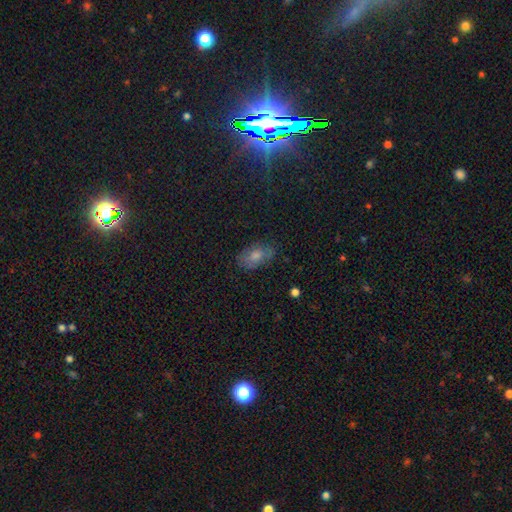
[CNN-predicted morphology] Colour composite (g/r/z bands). It shows a smooth galaxy with no disk features (48%). Merging: none (78%).